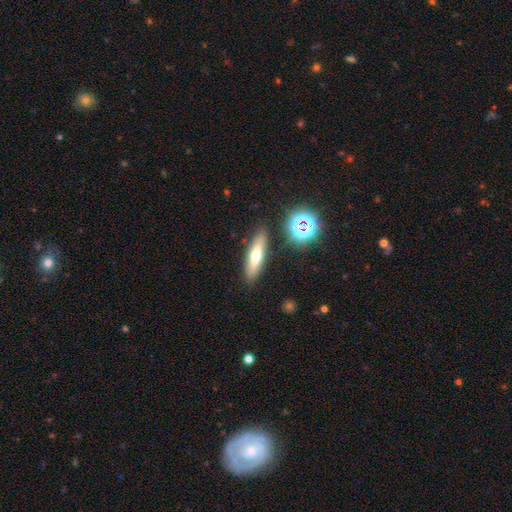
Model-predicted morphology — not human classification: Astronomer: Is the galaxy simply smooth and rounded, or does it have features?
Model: smooth — 57% (runner-up: featured or disk, 33%).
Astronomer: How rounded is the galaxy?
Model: cigar-shaped — 71%.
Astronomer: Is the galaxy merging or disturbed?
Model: none — 88%.